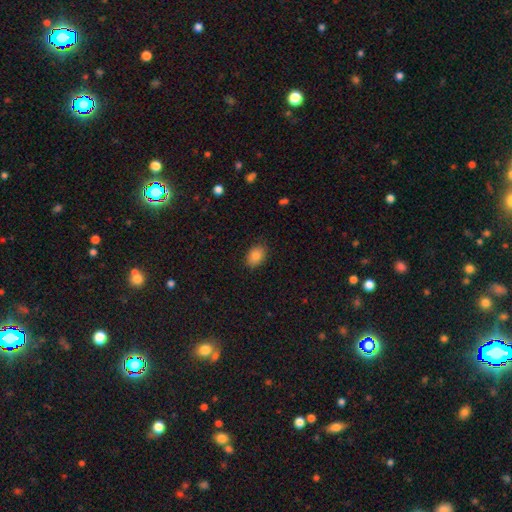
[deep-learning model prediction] smooth 85%, star or artifact 8%, featured or disk 6%. Down the decision tree: how rounded — in between (81%); merging — none (85%).